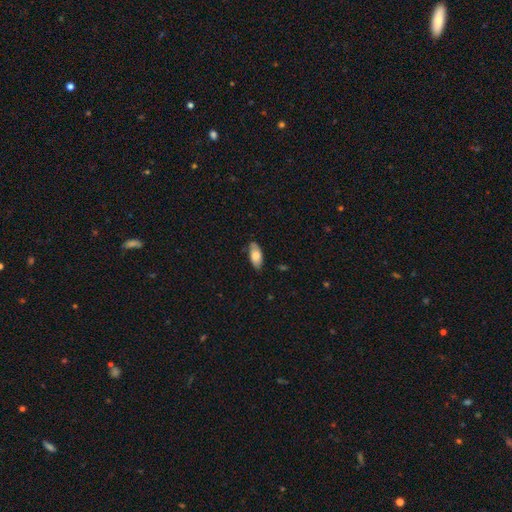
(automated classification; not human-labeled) Smooth or featured? smooth (78%)
How rounded? in between (90%)
Merging? none (76%)